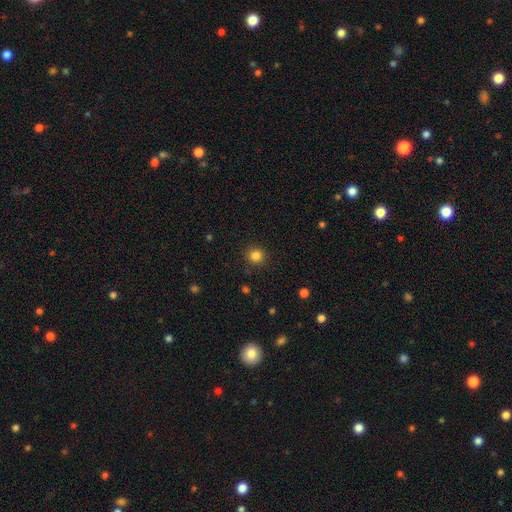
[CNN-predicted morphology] This appears to be a smooth galaxy with no disk features (84%) that is round (92%). Merging: none (90%).